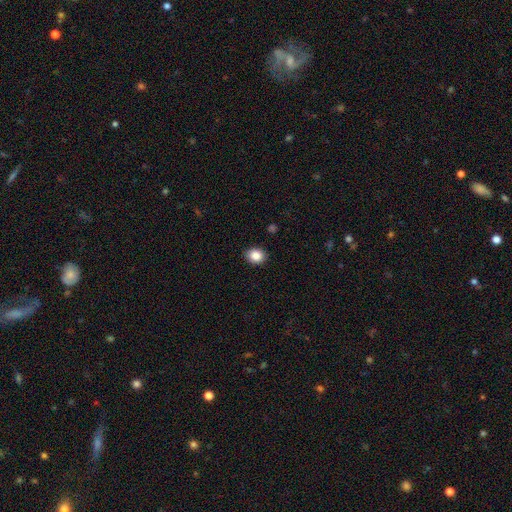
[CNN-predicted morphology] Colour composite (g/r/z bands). It shows a smooth galaxy with no disk features (87%) that is round (56%). Merging: none (90%).